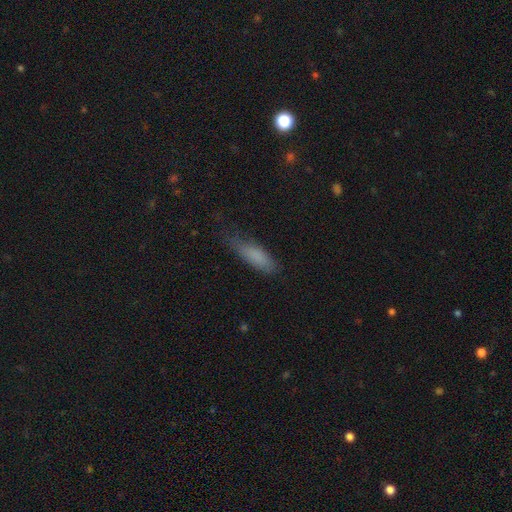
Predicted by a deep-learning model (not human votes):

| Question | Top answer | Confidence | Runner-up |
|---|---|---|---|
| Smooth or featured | smooth | 82% | featured or disk (11%) |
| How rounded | cigar-shaped | 51% | in between (47%) |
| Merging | none | 58% | minor disturbance (31%) |